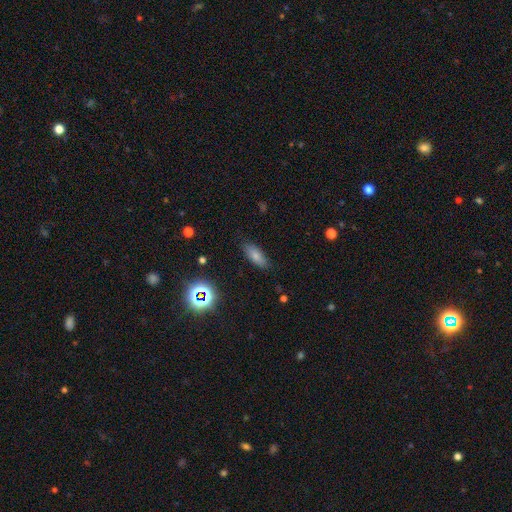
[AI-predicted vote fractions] Smooth or featured? Predicted: smooth (p=0.74). How rounded? Predicted: in between (p=0.77). Merging? Predicted: none (p=0.84).